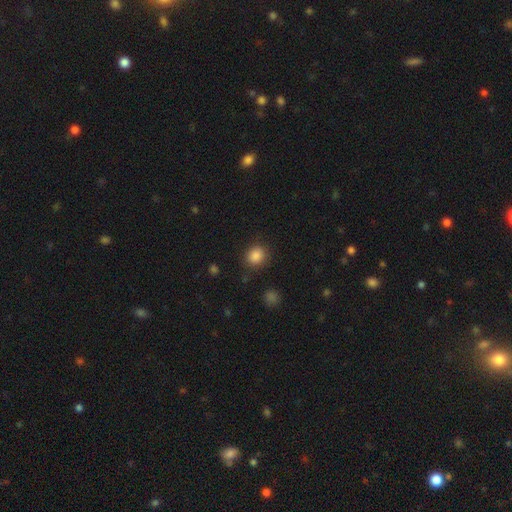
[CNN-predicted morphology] smooth 86%, star or artifact 10%, featured or disk 4%. Down the decision tree: how rounded — round (77%); merging — none (86%).